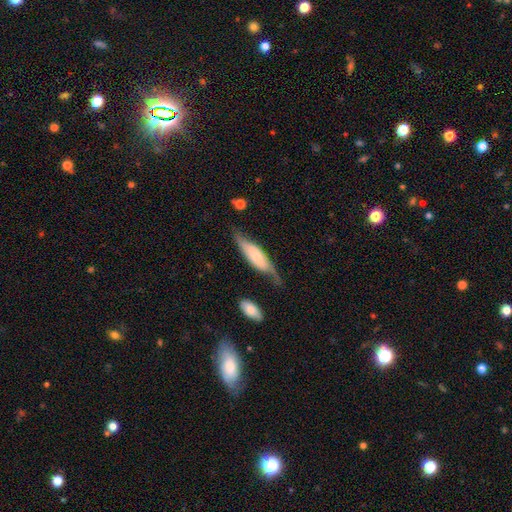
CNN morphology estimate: Smooth or featured: featured or disk — 48% (smooth — 46%)
Merging: none — 55% (minor disturbance — 29%)